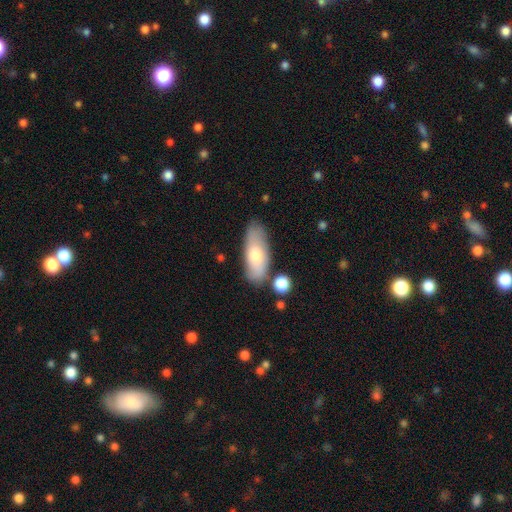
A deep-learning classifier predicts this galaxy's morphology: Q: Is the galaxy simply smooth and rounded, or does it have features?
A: smooth — 68%.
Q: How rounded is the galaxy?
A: in between — 77%.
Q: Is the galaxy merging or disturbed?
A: none — 77%.